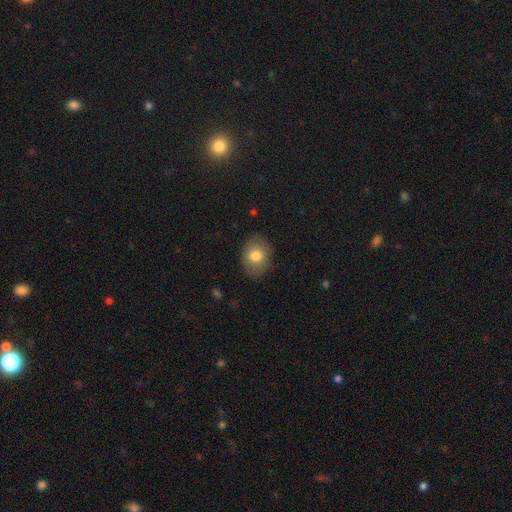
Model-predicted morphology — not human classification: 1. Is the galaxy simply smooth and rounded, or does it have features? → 76% smooth, 16% featured or disk, 8% star or artifact.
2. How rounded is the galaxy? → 61% in between, 38% round, 1% cigar-shaped.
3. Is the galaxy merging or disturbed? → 83% none, 13% minor disturbance, 3% major disturbance, 1% merger.